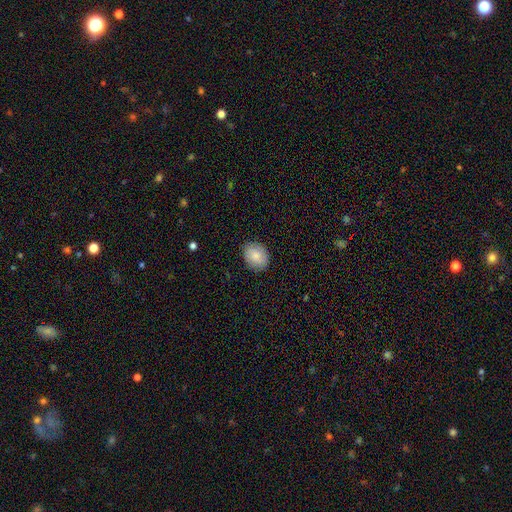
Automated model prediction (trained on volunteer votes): The model was most divided on "how rounded": in between: 55%, round: 44%, cigar-shaped: 1%. More confident: merging — none (85%); smooth or featured — smooth (81%).